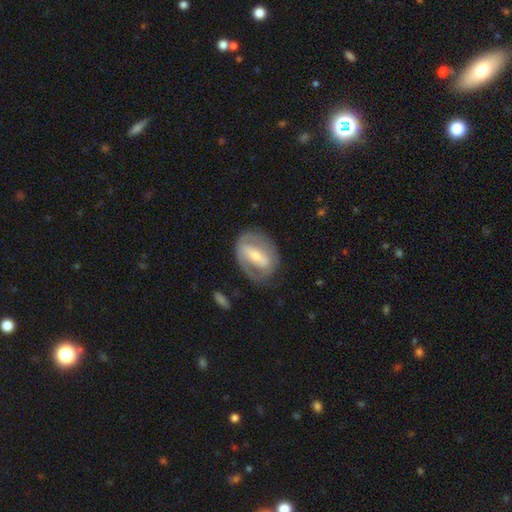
This is likely a featured or disk galaxy (68%). It is clearly not viewed edge-on (88%). Bar: possibly strong (57%). Spiral arm pattern: possibly yes (52%). Spiral arm count: possibly can't tell (50%). Spiral winding: marginally loose (42%). Central bulge: possibly small (52%). Merging: likely none (65%).